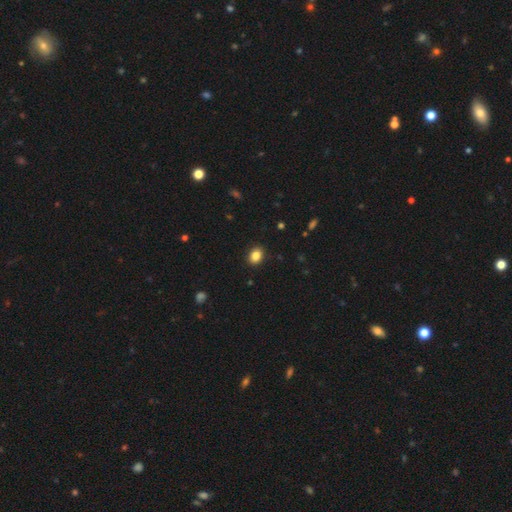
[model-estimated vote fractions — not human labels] A smooth galaxy with no disk features (86%) that is in between round and cigar-shaped (61%). Merging: none (90%).